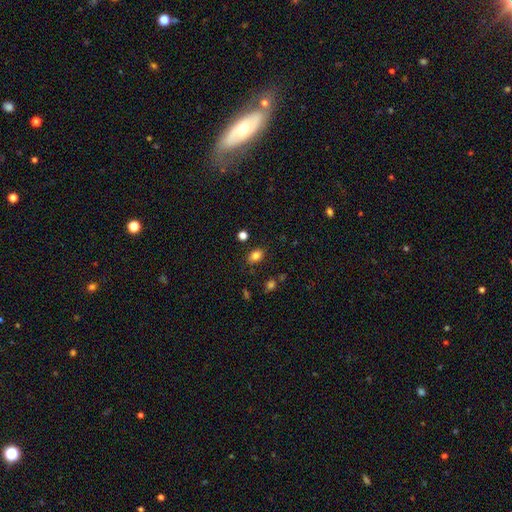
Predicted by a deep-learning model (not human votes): Smooth or featured: smooth — 83% (star or artifact — 11%)
How rounded: in between — 74% (round — 25%)
Merging: none — 82% (minor disturbance — 12%)